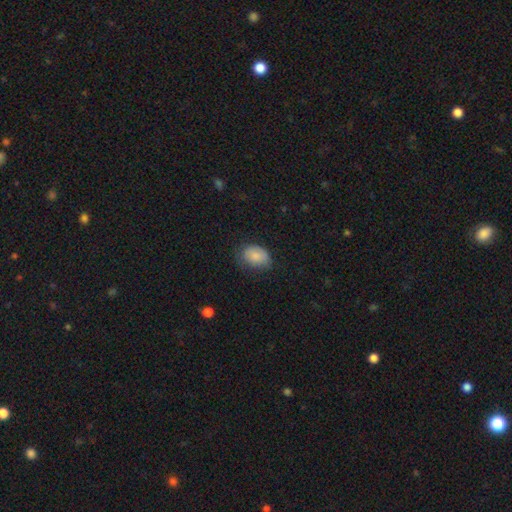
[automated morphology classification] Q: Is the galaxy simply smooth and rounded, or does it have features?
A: smooth — 82%.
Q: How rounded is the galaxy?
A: in between — 78%.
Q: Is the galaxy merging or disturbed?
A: none — 62%.